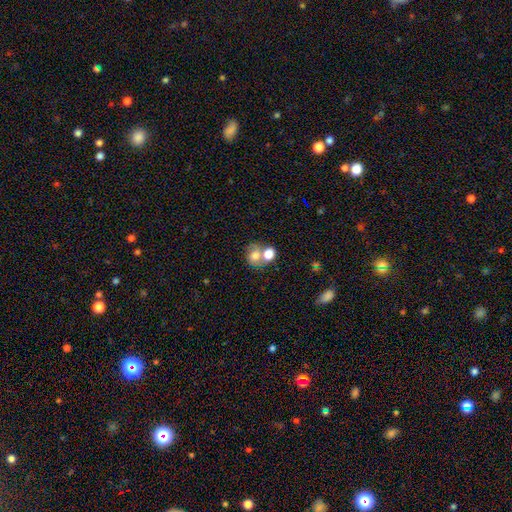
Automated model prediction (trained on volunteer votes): A smooth galaxy with no disk features (62%) that is round (59%).

Vote fractions:
- Smooth or featured? smooth: 62% / featured or disk: 27% / star or artifact: 11%
- How rounded? round: 59% / in between: 40% / cigar-shaped: 1%
- Merging? merger: 52% / none: 31% / minor disturbance: 10% / major disturbance: 7%